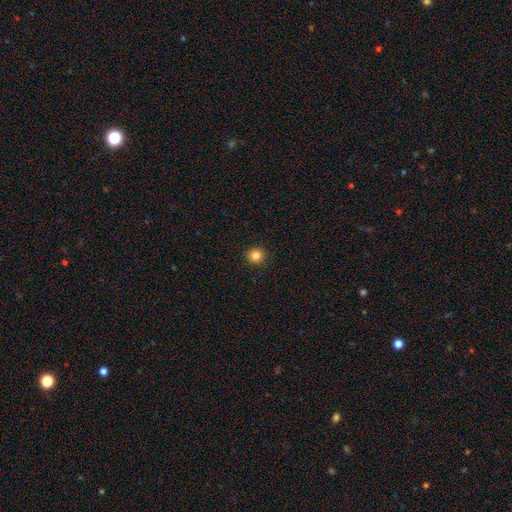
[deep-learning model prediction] A smooth galaxy with no disk features (84%) that is round (93%). Merging: none (92%).